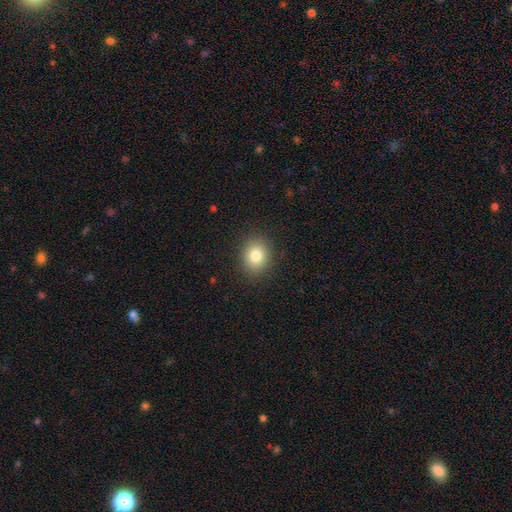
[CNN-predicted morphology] Smooth or featured: smooth — 81% (star or artifact — 11%)
How rounded: round — 65% (in between — 34%)
Merging: none — 89% (minor disturbance — 7%)